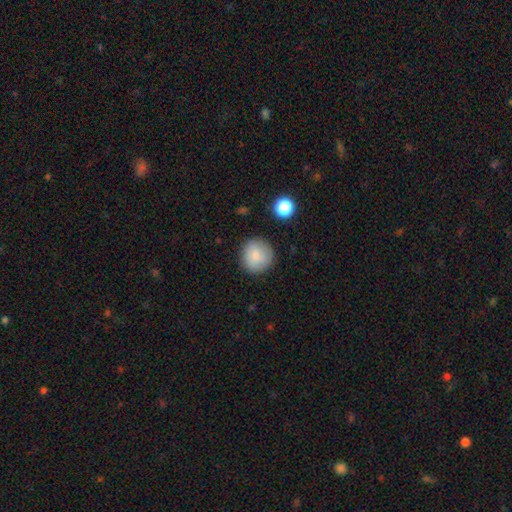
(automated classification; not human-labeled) Morphology: type=smooth (85%); roundness=round (93%); merging=none (86%).